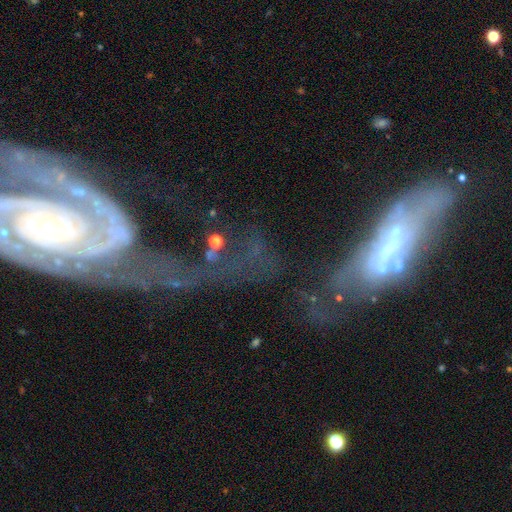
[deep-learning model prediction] Overall: featured or disk (58%; smooth 23%). Edge-on disk: no (74%). Merging: major disturbance (36%; merger 29%).